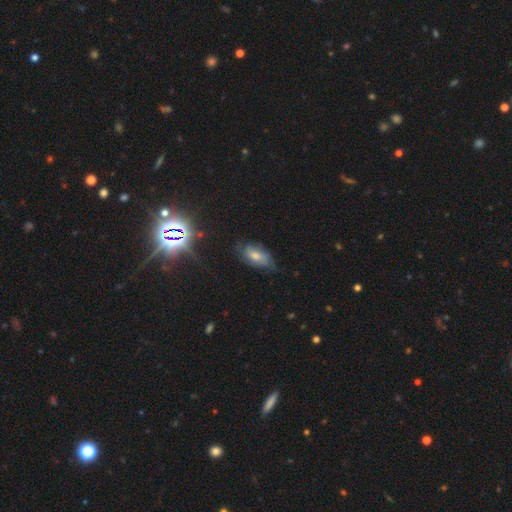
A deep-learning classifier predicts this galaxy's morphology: The model was most divided on "smooth or featured": smooth: 52%, featured or disk: 37%, star or artifact: 12%. More confident: how rounded — in between (87%); merging — none (57%).